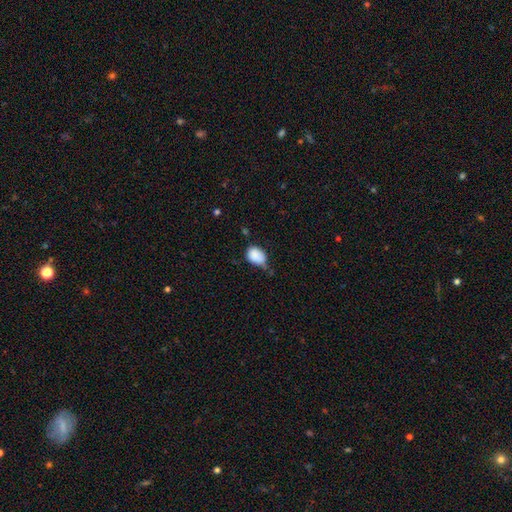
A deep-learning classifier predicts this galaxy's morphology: Overall: smooth (86%). How rounded: in between (68%; round 31%). Merging: minor disturbance (43%; none 41%).